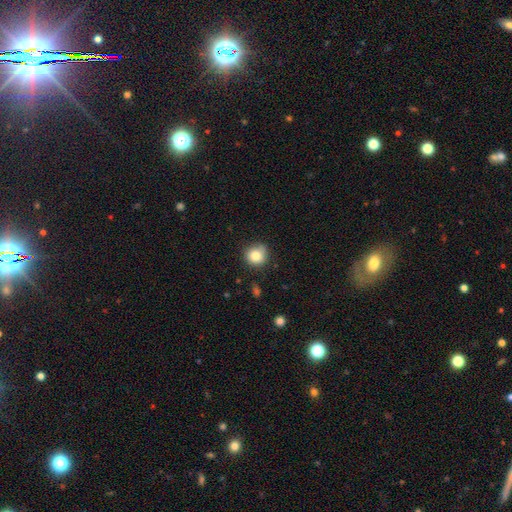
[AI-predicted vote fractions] Smooth or featured? smooth (83%)
How rounded? round (89%)
Merging? none (77%)